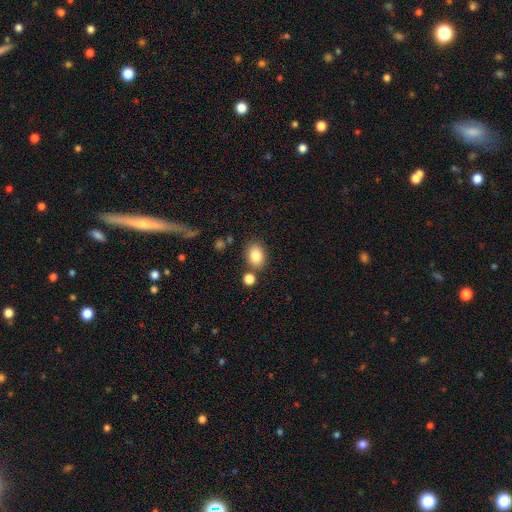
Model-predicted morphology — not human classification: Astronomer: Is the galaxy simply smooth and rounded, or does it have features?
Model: smooth — 84%.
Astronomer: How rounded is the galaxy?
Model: in between — 66%.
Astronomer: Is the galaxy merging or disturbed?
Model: none — 75%.